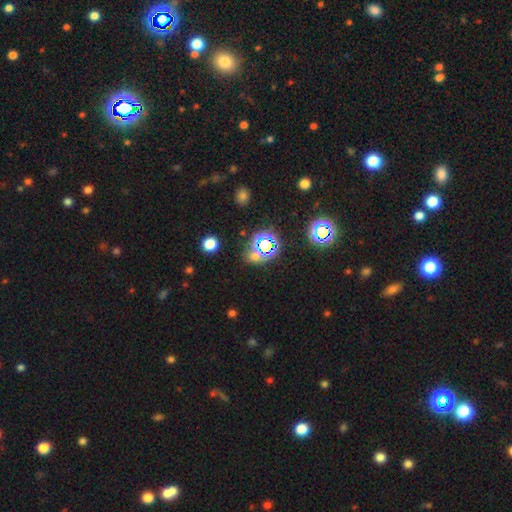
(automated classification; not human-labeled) Smooth or featured? star or artifact (64%)